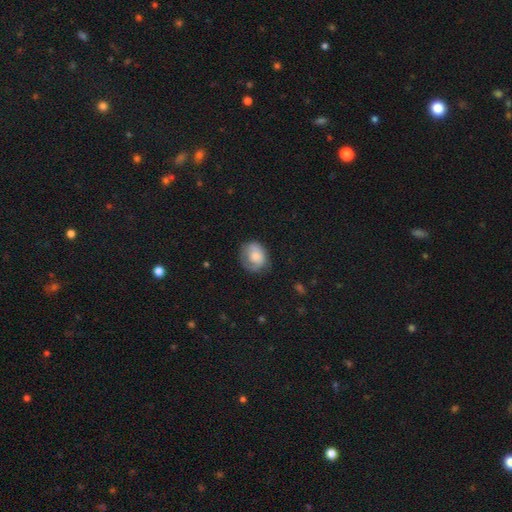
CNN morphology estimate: Smooth or featured: smooth — 67% (featured or disk — 26%)
How rounded: round — 62% (in between — 37%)
Merging: none — 56% (minor disturbance — 28%)